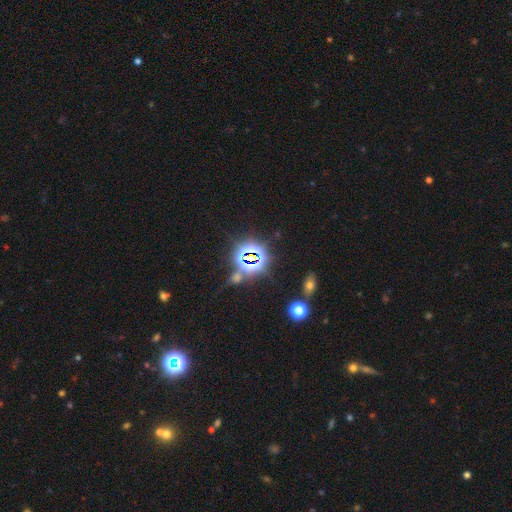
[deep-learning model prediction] smooth-or-featured: star or artifact: 79% | smooth: 14% | featured or disk: 8%